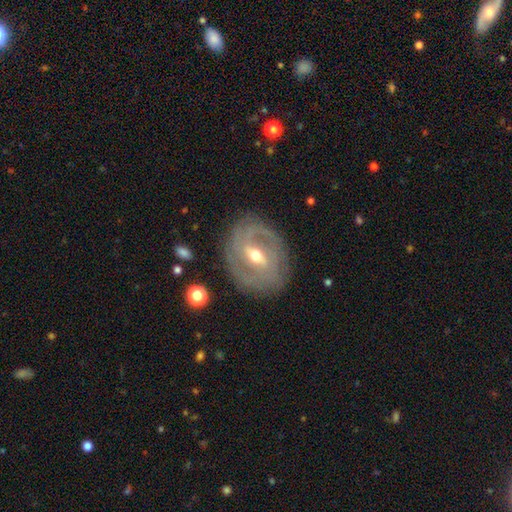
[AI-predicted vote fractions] Smooth or featured: featured or disk — 84% (smooth — 10%)
Edge-on disk: no — 95% (yes — 5%)
Bar: weak — 47% (strong — 39%)
Spiral arms: yes — 88% (no — 12%)
Spiral winding: tight — 56% (medium — 32%)
Spiral arm count: 2 — 46% (can't tell — 26%)
Bulge size: moderate — 64% (small — 32%)
Merging: none — 79% (minor disturbance — 14%)